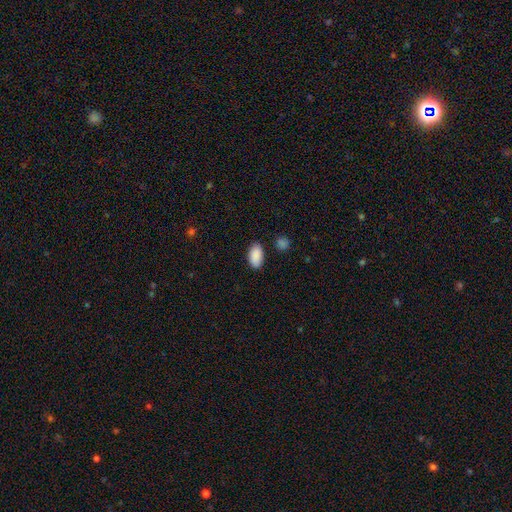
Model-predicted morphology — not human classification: smooth_or_featured: smooth (p=0.90) [alt: star or artifact p=0.06]
how_rounded: in between (p=0.94) [alt: round p=0.04]
merging: none (p=0.82) [alt: minor disturbance p=0.13]